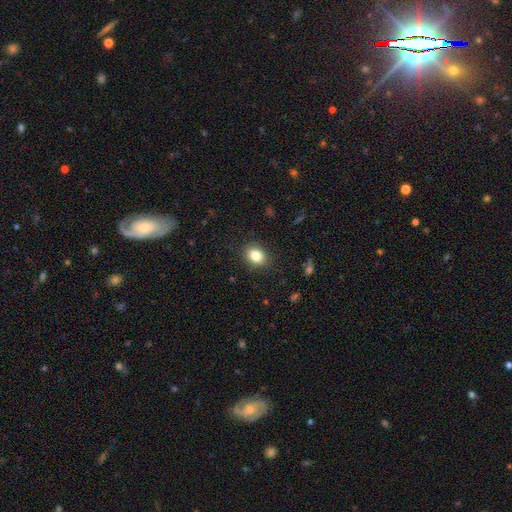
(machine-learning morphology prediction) This appears to be a smooth galaxy with no disk features (84%) that is in between round and cigar-shaped (61%). Merging: none (86%).